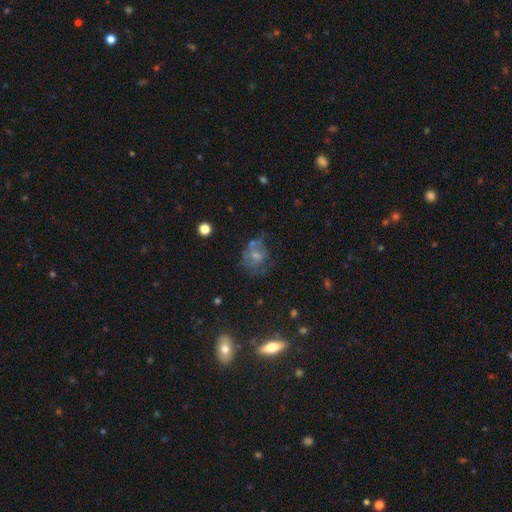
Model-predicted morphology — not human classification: A smooth galaxy with no disk features (47%). Merging: none (39%).